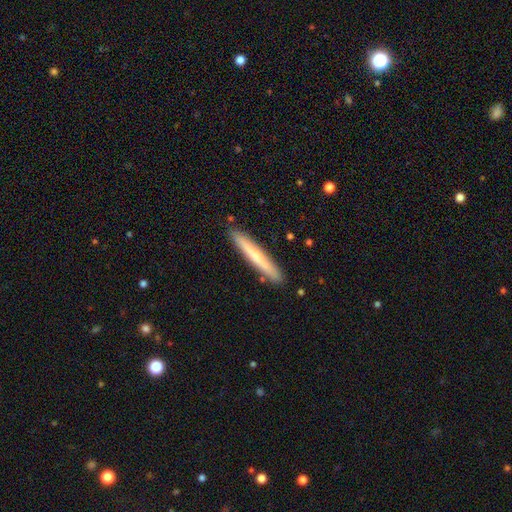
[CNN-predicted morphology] smooth 62%, featured or disk 33%, star or artifact 6%. Down the decision tree: how rounded — cigar-shaped (96%); merging — none (89%).